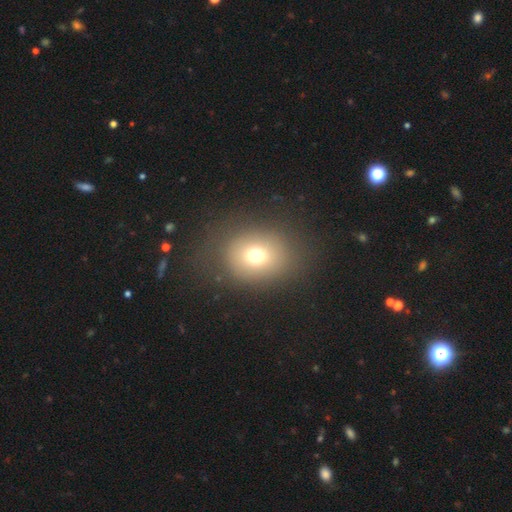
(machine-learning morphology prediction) A smooth galaxy with no disk features (70%) that is round (62%). Merging: none (78%).